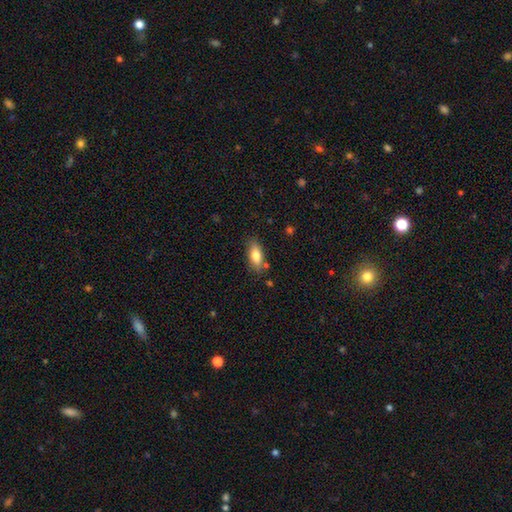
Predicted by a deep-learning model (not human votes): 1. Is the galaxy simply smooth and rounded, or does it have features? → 78% smooth, 14% featured or disk, 7% star or artifact.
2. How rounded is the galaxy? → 83% in between, 14% cigar-shaped, 4% round.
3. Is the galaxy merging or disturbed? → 78% none, 15% minor disturbance, 4% merger, 3% major disturbance.